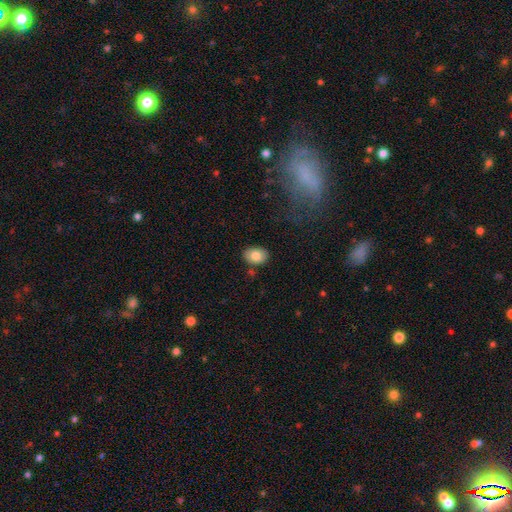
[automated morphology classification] A smooth galaxy with no disk features (80%) that is in between round and cigar-shaped (75%). Merging: none (84%).